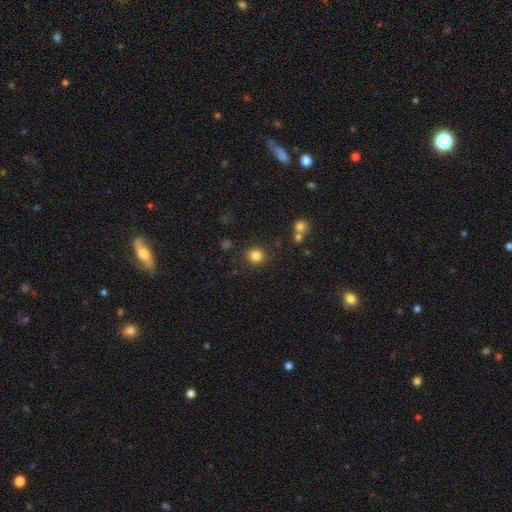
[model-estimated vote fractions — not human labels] Q: Smooth or featured?
A: smooth (83%); runner-up: star or artifact (11%)
Q: How rounded?
A: round (90%); runner-up: in between (10%)
Q: Merging?
A: none (87%); runner-up: minor disturbance (7%)